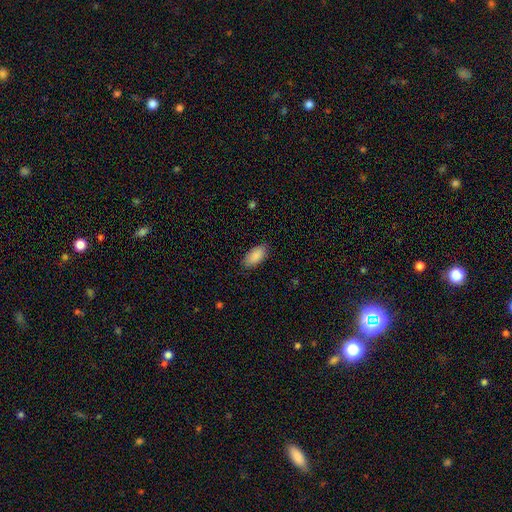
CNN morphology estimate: smooth_or_featured: smooth (p=0.89) [alt: star or artifact p=0.06]
how_rounded: in between (p=0.92) [alt: cigar-shaped p=0.06]
merging: none (p=0.85) [alt: minor disturbance p=0.12]